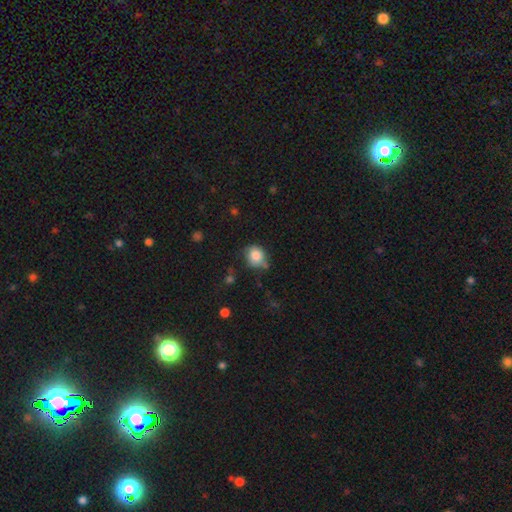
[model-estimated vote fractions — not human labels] smooth 83%, star or artifact 9%, featured or disk 8%. Down the decision tree: how rounded — round (70%); merging — none (59%).